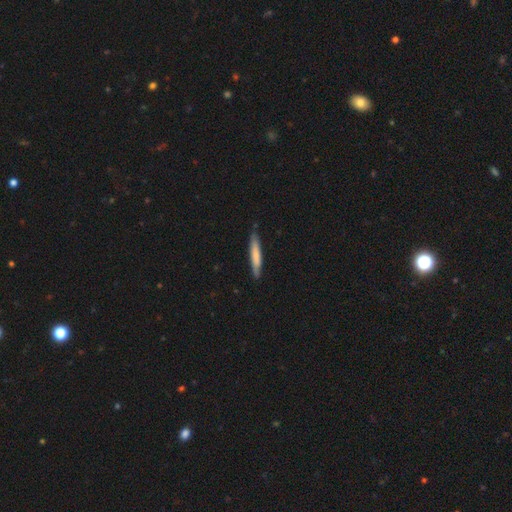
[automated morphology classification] This appears to be a smooth galaxy with no disk features (69%) that is cigar-shaped (93%). Merging: none (84%).